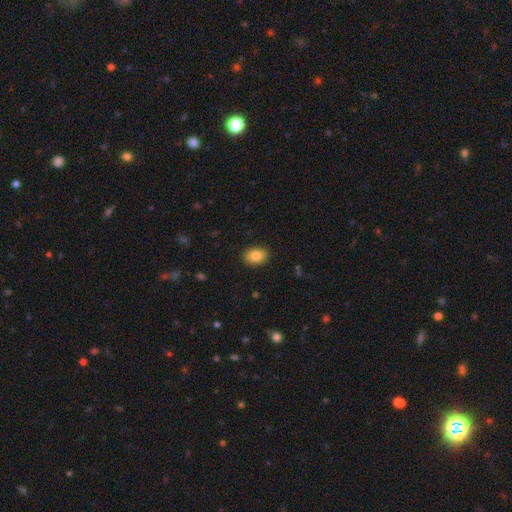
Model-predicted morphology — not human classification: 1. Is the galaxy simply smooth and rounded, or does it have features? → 84% smooth, 8% star or artifact, 7% featured or disk.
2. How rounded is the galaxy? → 76% in between, 23% round, 1% cigar-shaped.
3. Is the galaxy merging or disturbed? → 89% none, 8% minor disturbance, 2% major disturbance, 1% merger.